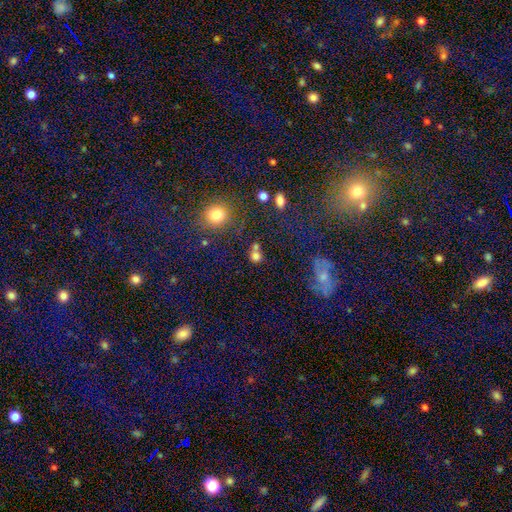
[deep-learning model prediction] Overall: smooth (74%). How rounded: round (78%). Merging: none (47%; merger 36%).